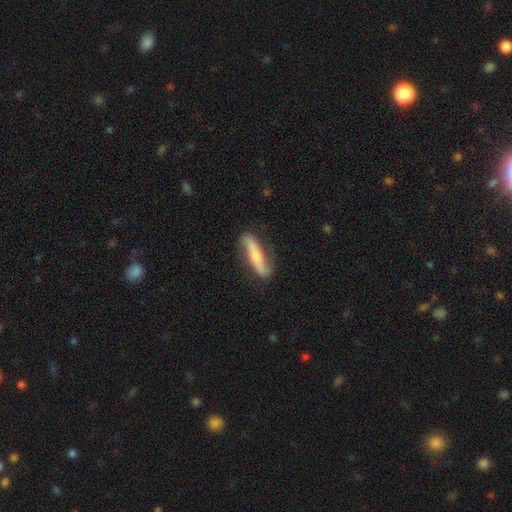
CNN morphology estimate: Smooth or featured: featured or disk — 54% (smooth — 40%)
Edge-on disk: yes — 51% (no — 49%)
Merging: none — 81% (minor disturbance — 14%)